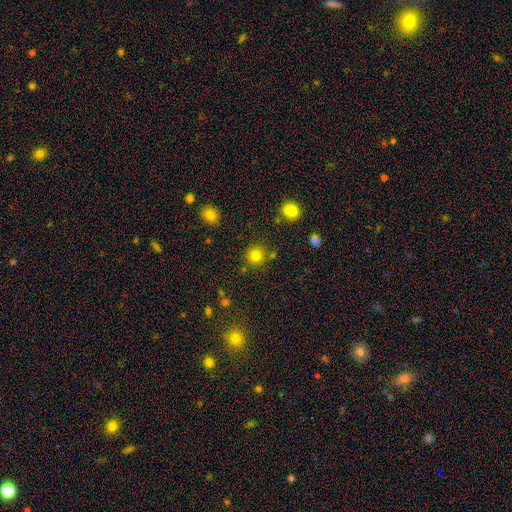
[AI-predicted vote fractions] Overall: smooth (80%). How rounded: round (93%). Merging: none (83%).